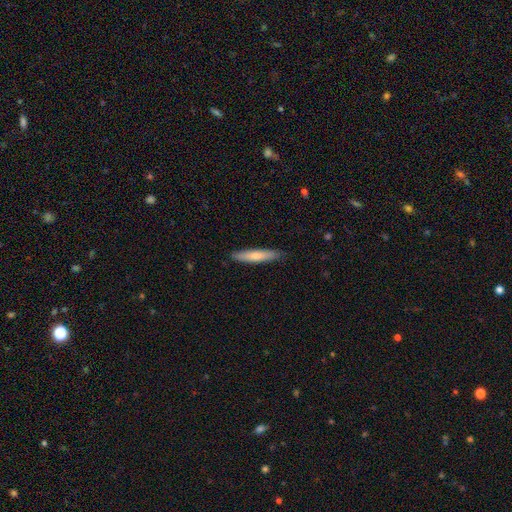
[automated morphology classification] Smooth or featured: smooth — 68% (featured or disk — 27%)
How rounded: cigar-shaped — 88% (in between — 10%)
Merging: none — 88% (minor disturbance — 10%)